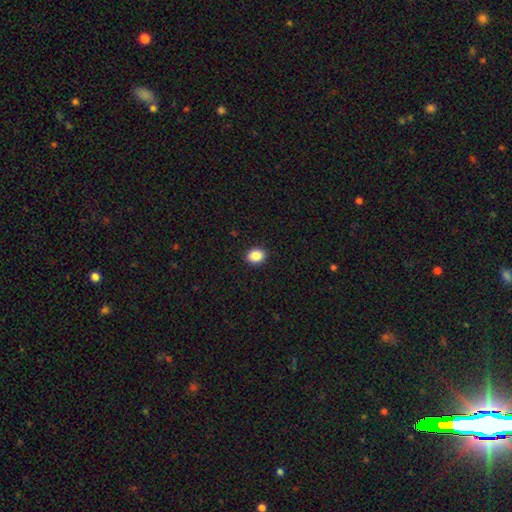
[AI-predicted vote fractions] Smooth or featured: smooth — 88% (star or artifact — 9%)
How rounded: in between — 56% (round — 43%)
Merging: none — 91% (minor disturbance — 6%)